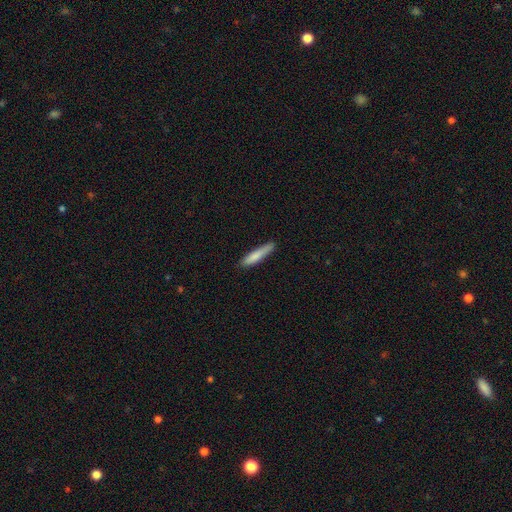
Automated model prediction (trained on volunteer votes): smooth_or_featured: smooth (p=0.80) [alt: featured or disk p=0.14]
how_rounded: cigar-shaped (p=0.88) [alt: in between p=0.10]
merging: none (p=0.82) [alt: minor disturbance p=0.15]